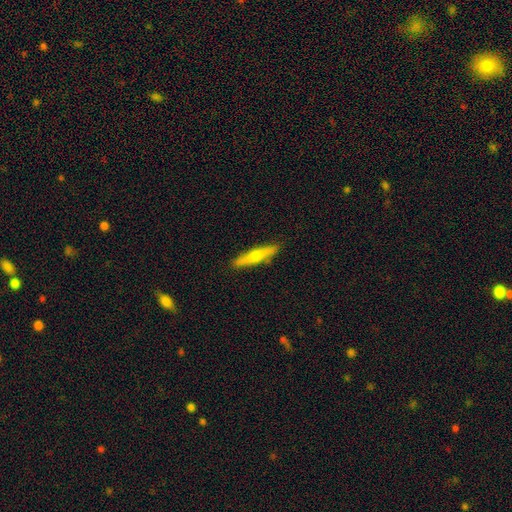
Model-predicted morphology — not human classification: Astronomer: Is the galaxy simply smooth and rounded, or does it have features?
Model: featured or disk — 47%, tied with smooth at 47%.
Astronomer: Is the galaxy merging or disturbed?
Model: none — 89%.